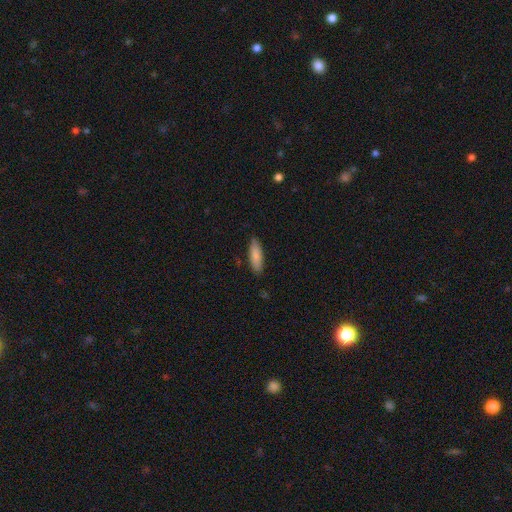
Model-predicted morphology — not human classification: smooth_or_featured: smooth (p=0.83) [alt: featured or disk p=0.12]
how_rounded: in between (p=0.53) [alt: cigar-shaped p=0.45]
merging: none (p=0.86) [alt: minor disturbance p=0.11]